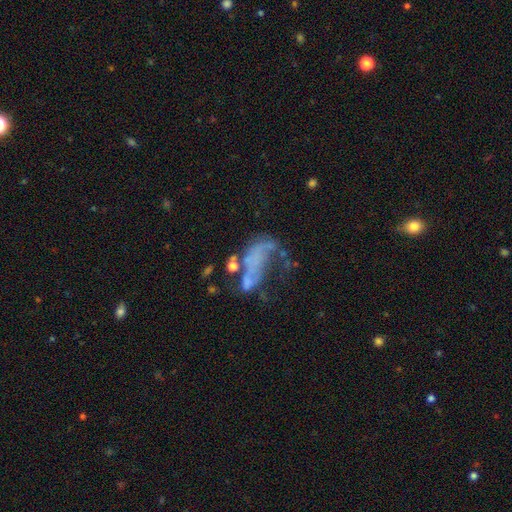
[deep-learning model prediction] This appears to be a featured or disk galaxy (53%) with no bar (87%), no spiral arms (82%) and no central bulge (78%). Merging: major disturbance (42%).